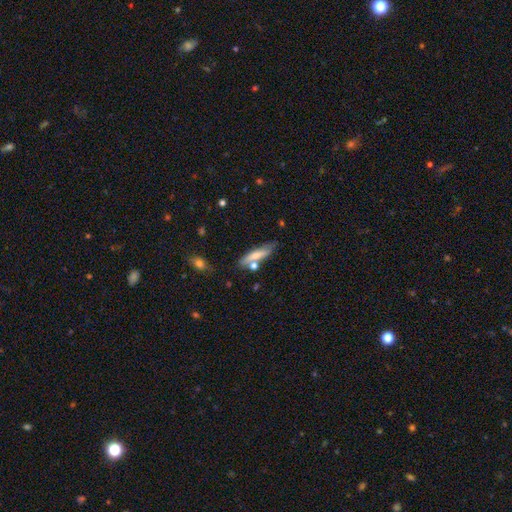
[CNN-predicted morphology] smooth_or_featured: smooth (p=0.64) [alt: featured or disk p=0.29]
how_rounded: cigar-shaped (p=0.73) [alt: in between p=0.24]
merging: none (p=0.64) [alt: minor disturbance p=0.18]